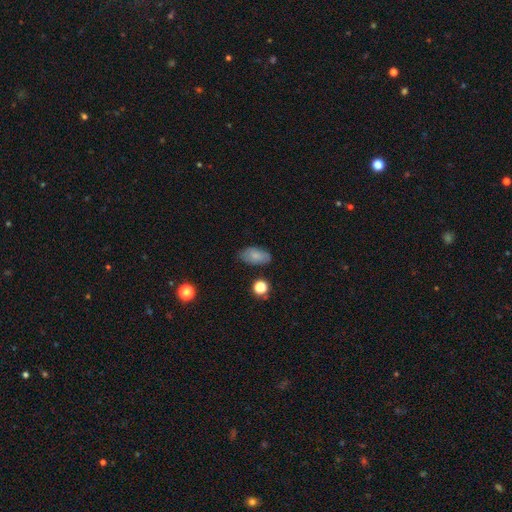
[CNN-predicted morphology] A smooth galaxy with no disk features (73%) that is in between round and cigar-shaped (91%). Merging: none (76%).